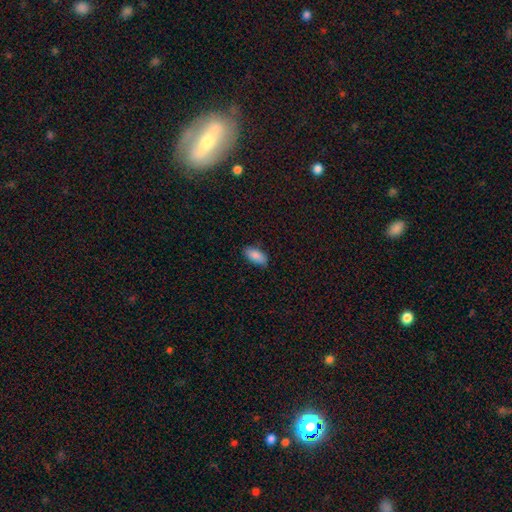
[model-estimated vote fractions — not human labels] A smooth galaxy with no disk features (88%) that is in between round and cigar-shaped (91%).

Vote fractions:
- Smooth or featured? smooth: 88% / star or artifact: 7% / featured or disk: 6%
- How rounded? in between: 91% / cigar-shaped: 7% / round: 2%
- Merging? none: 82% / minor disturbance: 14% / major disturbance: 3% / merger: 1%